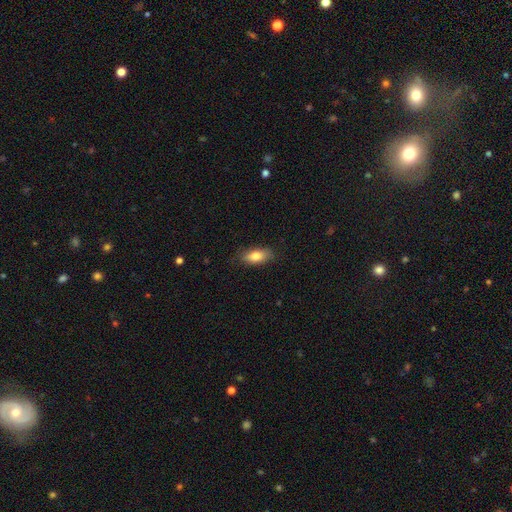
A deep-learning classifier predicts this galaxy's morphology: smooth_or_featured: smooth (p=0.80) [alt: featured or disk p=0.13]
how_rounded: in between (p=0.84) [alt: cigar-shaped p=0.13]
merging: none (p=0.83) [alt: minor disturbance p=0.13]